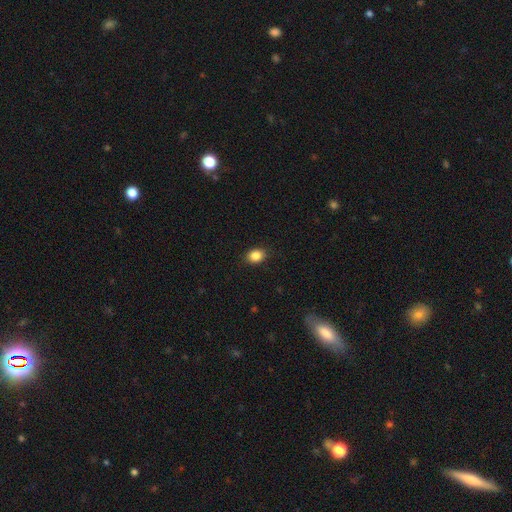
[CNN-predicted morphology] Smooth or featured? Predicted: smooth (p=0.87). How rounded? Predicted: in between (p=0.55). Merging? Predicted: none (p=0.89).